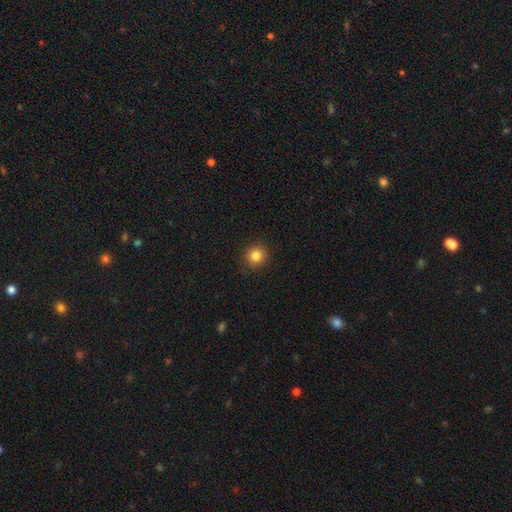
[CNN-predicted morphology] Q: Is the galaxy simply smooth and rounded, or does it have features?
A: smooth — 83%.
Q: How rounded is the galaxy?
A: round — 91%.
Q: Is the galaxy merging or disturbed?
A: none — 91%.